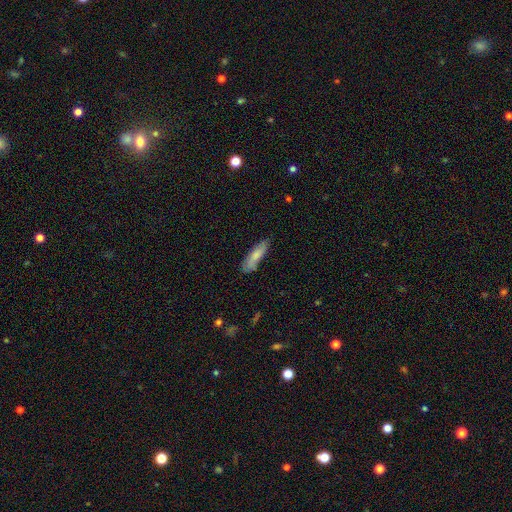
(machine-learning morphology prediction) Q: Smooth or featured?
A: smooth (76%); runner-up: featured or disk (18%)
Q: How rounded?
A: cigar-shaped (63%); runner-up: in between (35%)
Q: Merging?
A: none (74%); runner-up: minor disturbance (20%)